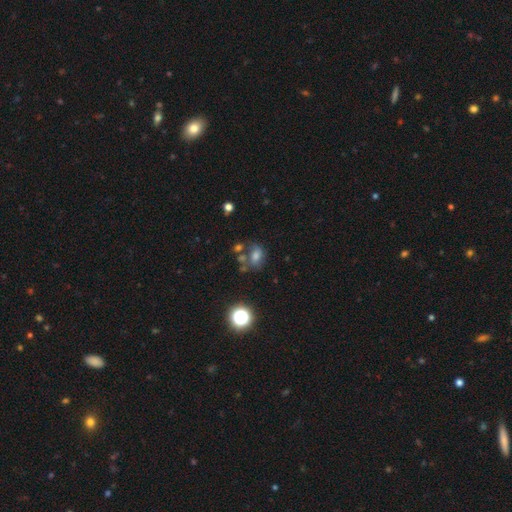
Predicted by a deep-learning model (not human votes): A smooth galaxy with no disk features (54%) that is in between round and cigar-shaped (65%).

Vote fractions:
- Smooth or featured? smooth: 54% / featured or disk: 24% / star or artifact: 22%
- How rounded? in between: 65% / round: 33% / cigar-shaped: 2%
- Merging? none: 47% / minor disturbance: 20% / merger: 20% / major disturbance: 14%